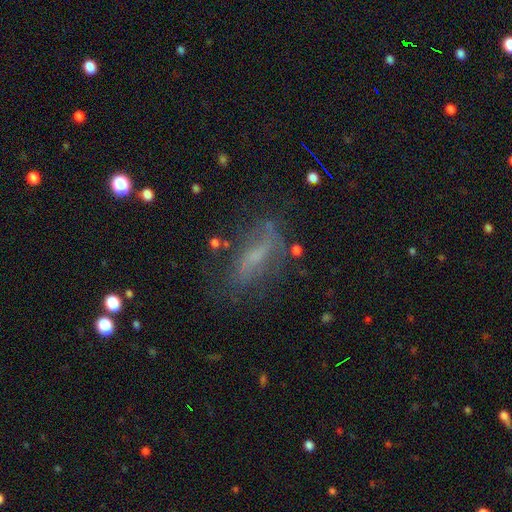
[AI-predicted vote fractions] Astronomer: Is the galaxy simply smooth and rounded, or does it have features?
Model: featured or disk — 43% (runner-up: smooth, 41%).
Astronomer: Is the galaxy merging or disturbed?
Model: none — 59%.